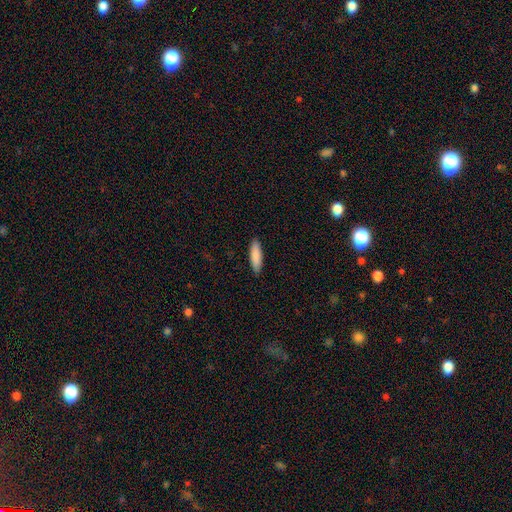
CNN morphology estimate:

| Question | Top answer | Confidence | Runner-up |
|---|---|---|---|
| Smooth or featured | smooth | 88% | featured or disk (7%) |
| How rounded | cigar-shaped | 58% | in between (41%) |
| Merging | none | 90% | minor disturbance (8%) |